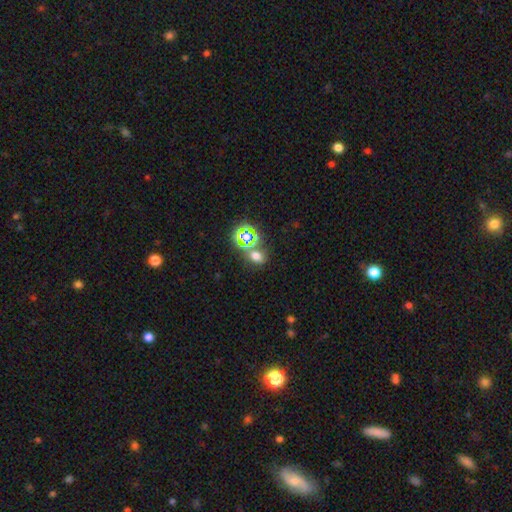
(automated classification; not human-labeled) Morphology: type=smooth (56%); roundness=in between (49%, tied with round); merging=none (64%).